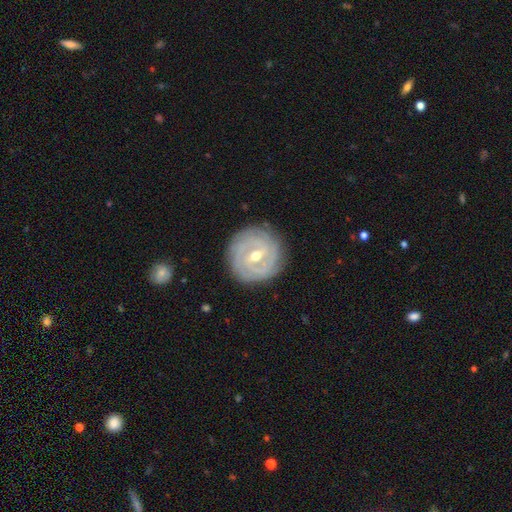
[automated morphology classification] Smooth or featured? Predicted: featured or disk (p=0.87). Edge-on disk? Predicted: no (p=0.97). Bar? Predicted: weak (p=0.51). Spiral arms? Predicted: yes (p=0.96). Spiral winding? Predicted: tight (p=0.83). Spiral arm count? Predicted: can't tell (p=0.26). Bulge size? Predicted: moderate (p=0.60). Merging? Predicted: none (p=0.87).